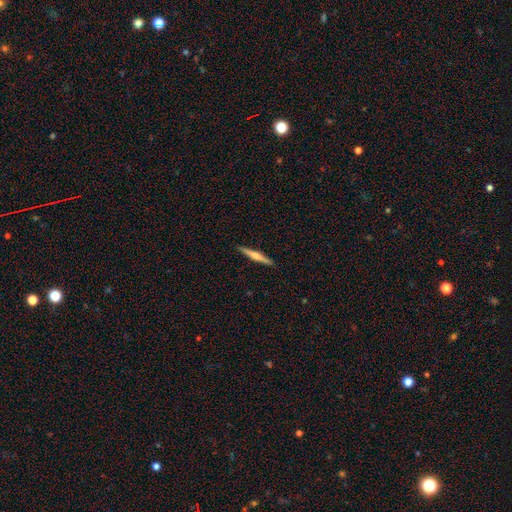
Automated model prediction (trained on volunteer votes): A featured or disk galaxy (57%) viewed edge-on (98%) with a rounded central bulge (72%).

Vote fractions:
- Smooth or featured? featured or disk: 57% / smooth: 38% / star or artifact: 5%
- Edge-on disk? yes: 98% / no: 2%
- Edge-on bulge? rounded: 72% / none: 15% / boxy: 14%
- Merging? none: 92% / minor disturbance: 6% / major disturbance: 1% / merger: 1%